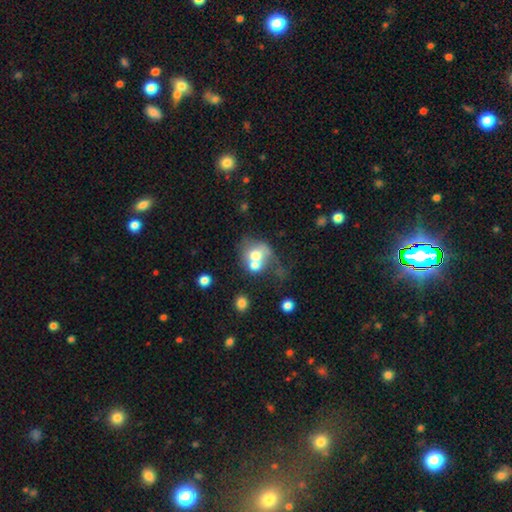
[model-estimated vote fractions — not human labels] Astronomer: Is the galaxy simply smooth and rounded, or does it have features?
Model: smooth — 60%.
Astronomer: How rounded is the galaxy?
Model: round — 64%.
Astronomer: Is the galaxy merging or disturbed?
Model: merger — 58%.